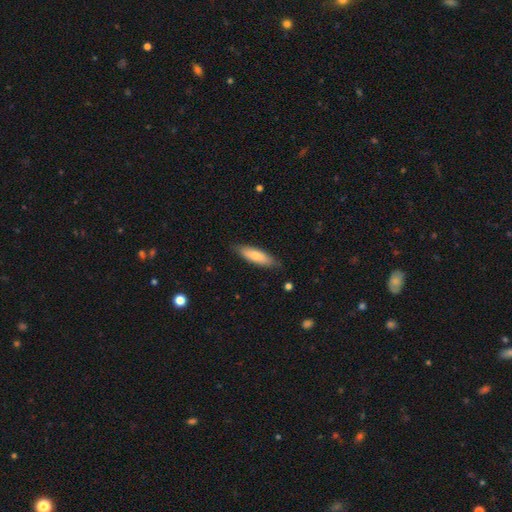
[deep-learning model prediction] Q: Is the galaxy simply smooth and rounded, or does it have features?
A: smooth — 75%.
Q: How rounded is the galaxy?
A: cigar-shaped — 57%.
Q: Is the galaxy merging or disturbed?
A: none — 83%.